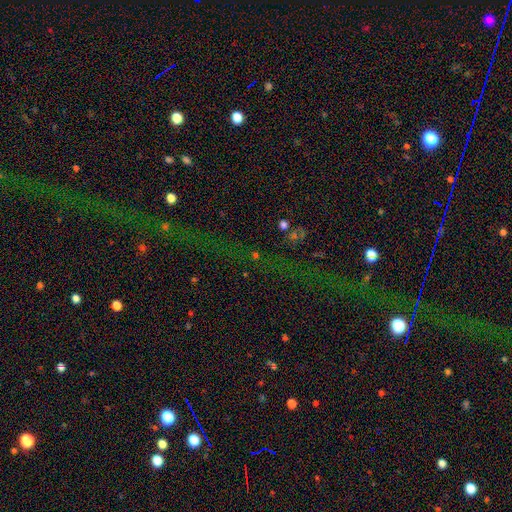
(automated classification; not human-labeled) Smooth or featured?
  - star or artifact: 66% *
  - smooth: 22%
  - featured or disk: 12%